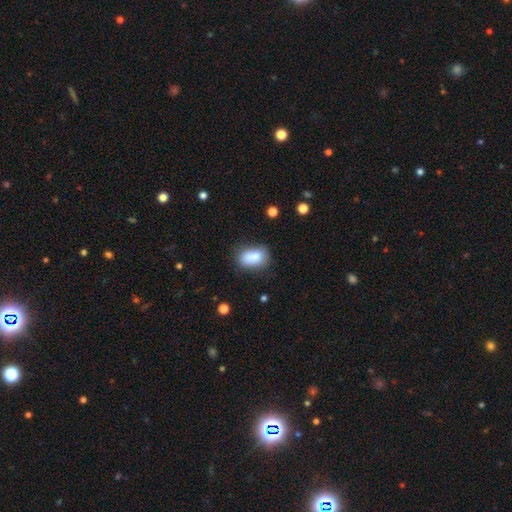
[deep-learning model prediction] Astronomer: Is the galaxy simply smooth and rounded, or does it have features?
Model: smooth — 82%.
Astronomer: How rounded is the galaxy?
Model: in between — 84%.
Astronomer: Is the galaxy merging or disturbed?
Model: none — 58%.